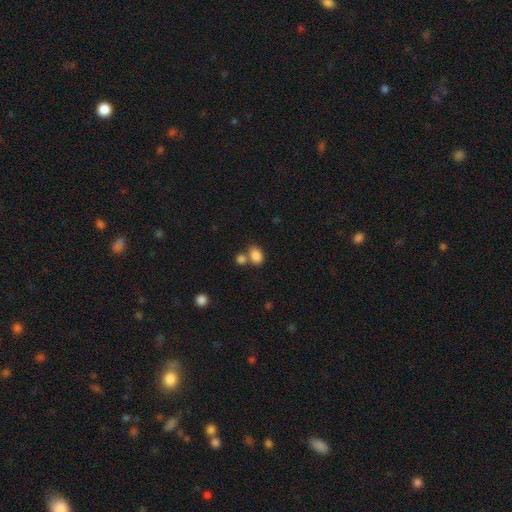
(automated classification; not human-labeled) Smooth or featured?
  - smooth: 85% *
  - star or artifact: 9%
  - featured or disk: 6%
How rounded?
  - in between: 77% *
  - round: 22%
  - cigar-shaped: 1%
Merging?
  - none: 51% *
  - merger: 35%
  - minor disturbance: 11%
  - major disturbance: 4%